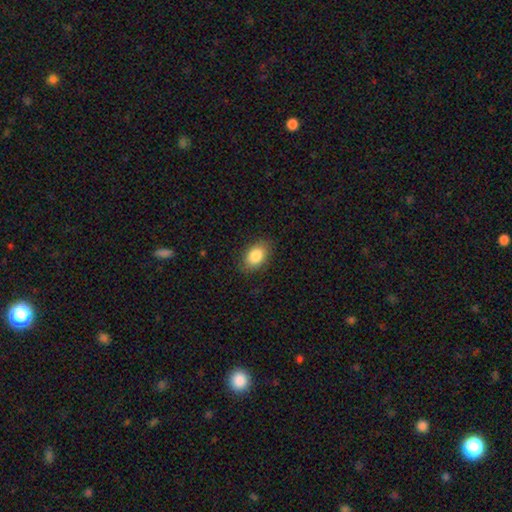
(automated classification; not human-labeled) Smooth or featured? Predicted: smooth (p=0.86). How rounded? Predicted: in between (p=0.87). Merging? Predicted: none (p=0.84).